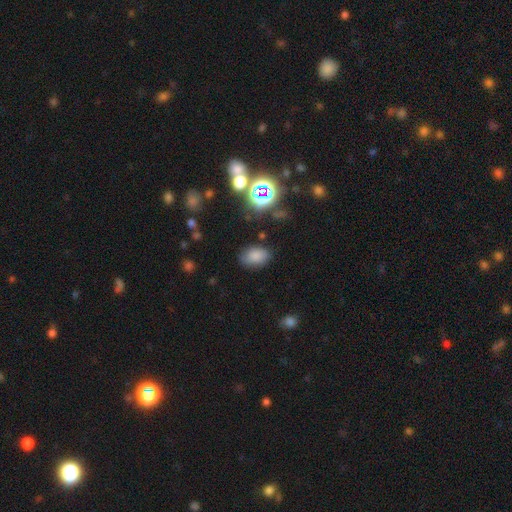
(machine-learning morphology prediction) Smooth or featured? Predicted: smooth (p=0.77). How rounded? Predicted: in between (p=0.87). Merging? Predicted: none (p=0.77).